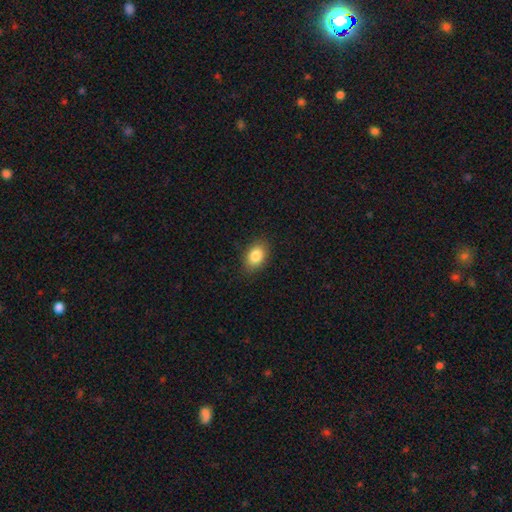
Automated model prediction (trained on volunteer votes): A smooth galaxy with no disk features (85%) that is in between round and cigar-shaped (82%).

Vote fractions:
- Smooth or featured? smooth: 85% / star or artifact: 8% / featured or disk: 7%
- How rounded? in between: 82% / round: 17% / cigar-shaped: 1%
- Merging? none: 86% / minor disturbance: 10% / major disturbance: 3% / merger: 1%